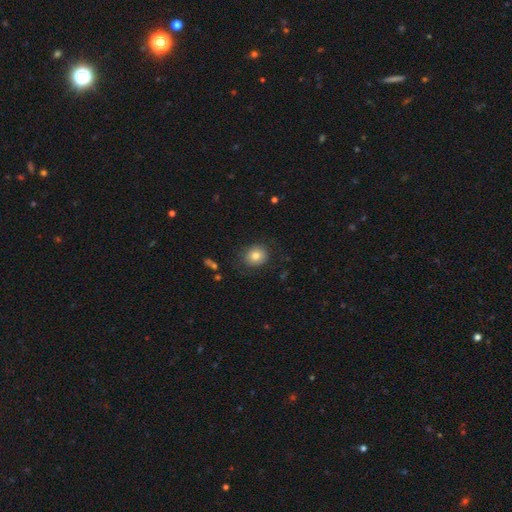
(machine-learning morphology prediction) Smooth or featured? smooth (78%)
How rounded? round (72%)
Merging? none (80%)